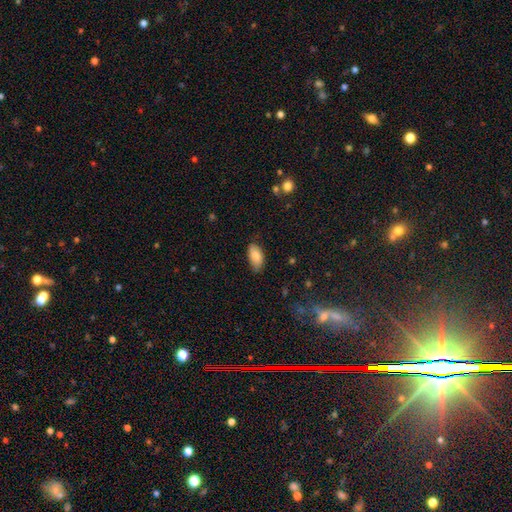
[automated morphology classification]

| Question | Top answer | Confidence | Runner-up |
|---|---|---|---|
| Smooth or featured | smooth | 83% | featured or disk (10%) |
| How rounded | in between | 92% | cigar-shaped (5%) |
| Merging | none | 73% | minor disturbance (22%) |